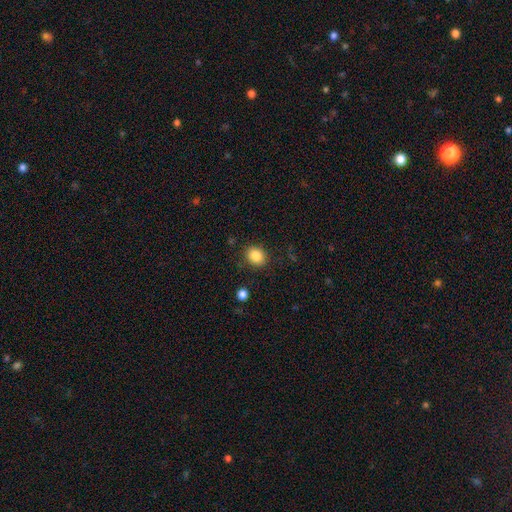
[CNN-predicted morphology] smooth 86%, star or artifact 10%, featured or disk 5%. Down the decision tree: how rounded — round (59%); merging — none (86%).